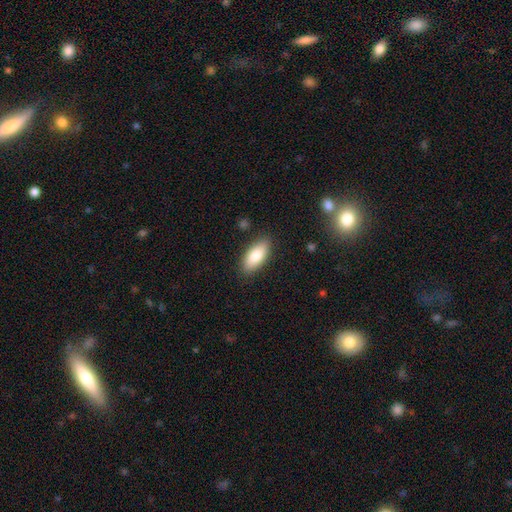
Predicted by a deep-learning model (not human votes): The model was most divided on "smooth or featured": smooth: 82%, featured or disk: 12%, star or artifact: 6%. More confident: how rounded — in between (86%); merging — none (86%).